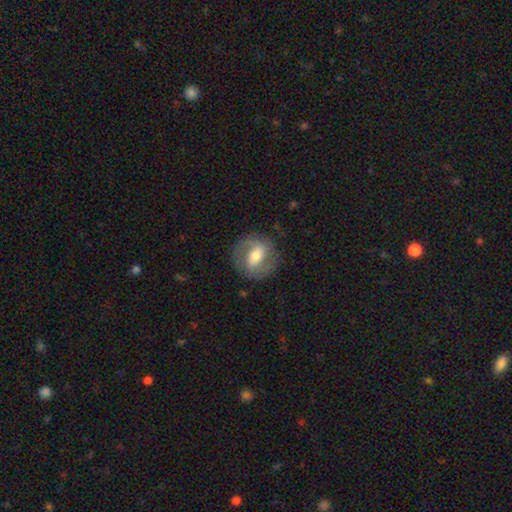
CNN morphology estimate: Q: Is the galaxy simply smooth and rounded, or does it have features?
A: featured or disk — 70%.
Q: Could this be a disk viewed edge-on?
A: no — 95%.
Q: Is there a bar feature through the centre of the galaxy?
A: strong — 43%.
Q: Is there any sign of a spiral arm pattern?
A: yes — 79%.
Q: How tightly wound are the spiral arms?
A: medium — 46%.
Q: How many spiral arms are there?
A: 2 — 84%.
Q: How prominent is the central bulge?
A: moderate — 65%.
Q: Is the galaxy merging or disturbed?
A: none — 81%.